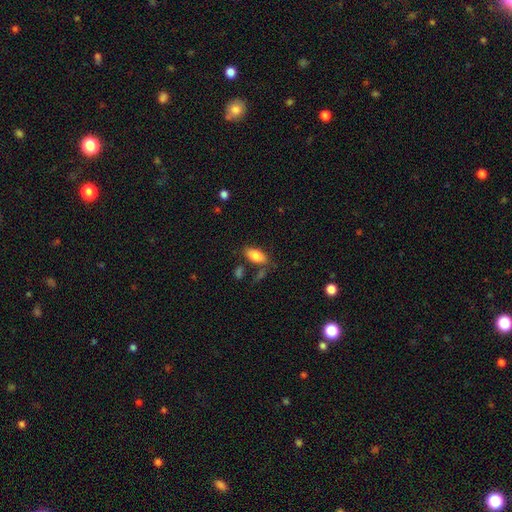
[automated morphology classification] Q: Smooth or featured?
A: smooth (83%); runner-up: featured or disk (10%)
Q: How rounded?
A: in between (90%); runner-up: cigar-shaped (8%)
Q: Merging?
A: none (71%); runner-up: minor disturbance (15%)